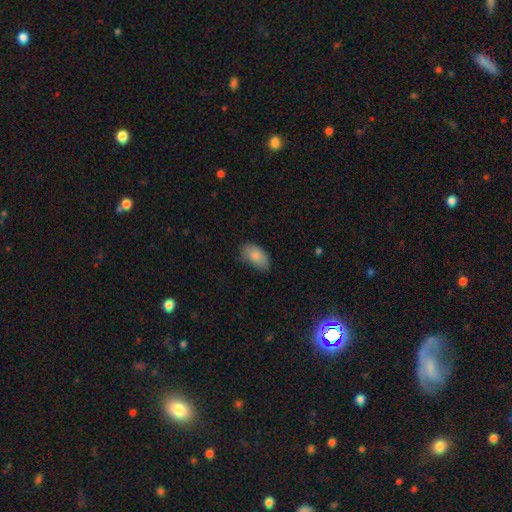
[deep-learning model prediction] The model was most divided on "merging": none: 68%, minor disturbance: 26%, major disturbance: 5%, merger: 1%. More confident: how rounded — in between (94%); smooth or featured — smooth (84%).